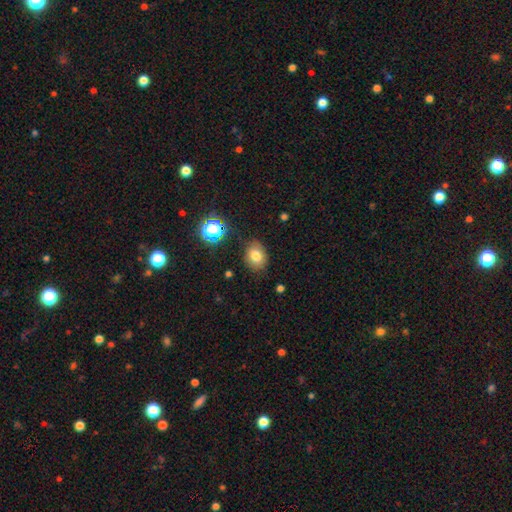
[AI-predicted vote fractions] Morphology: type=smooth (77%); roundness=in between (60%); merging=none (80%).